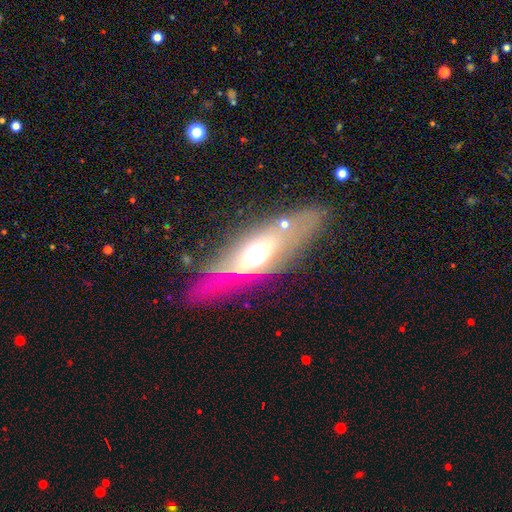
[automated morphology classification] Smooth or featured? Predicted: featured or disk (p=0.58). Edge-on disk? Predicted: yes (p=0.62). Merging? Predicted: none (p=0.67).